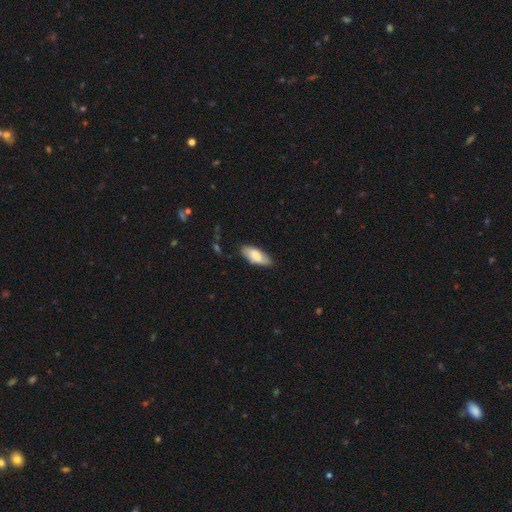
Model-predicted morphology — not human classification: A smooth galaxy with no disk features (79%) that is in between round and cigar-shaped (80%). Merging: none (78%).